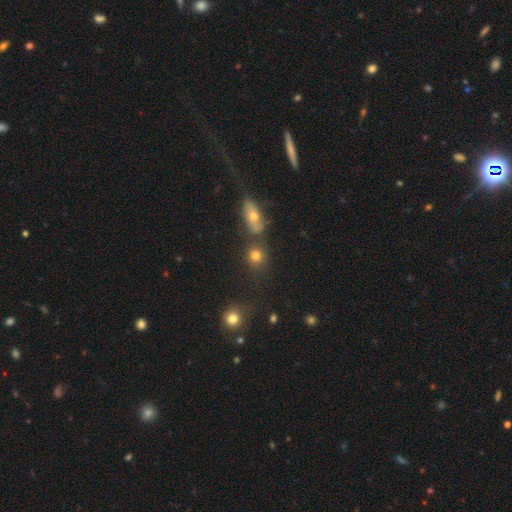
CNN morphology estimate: Smooth or featured: smooth — 76% (star or artifact — 14%)
How rounded: round — 76% (in between — 22%)
Merging: none — 67% (merger — 19%)